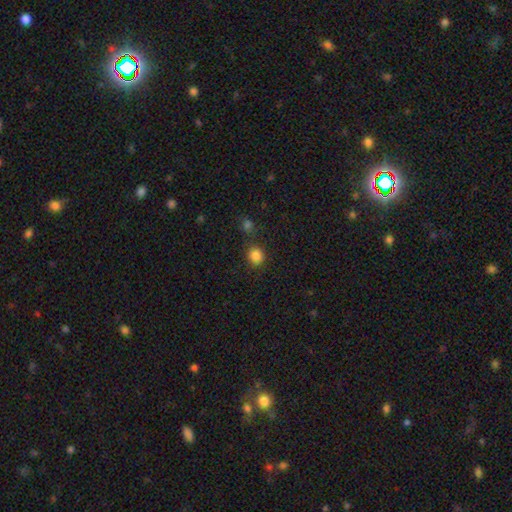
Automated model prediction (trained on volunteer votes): smooth_or_featured: smooth (p=0.84) [alt: star or artifact p=0.12]
how_rounded: round (p=0.83) [alt: in between p=0.16]
merging: none (p=0.81) [alt: minor disturbance p=0.10]